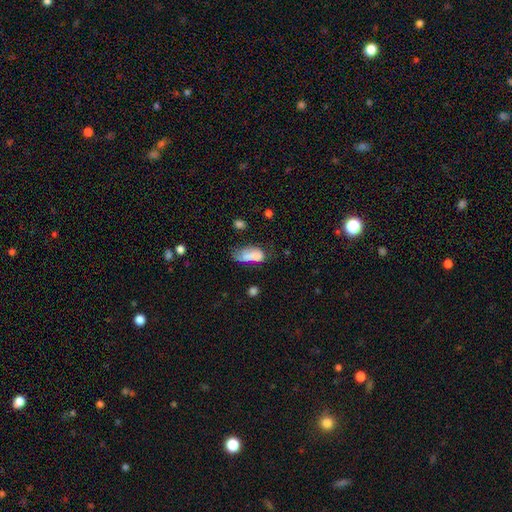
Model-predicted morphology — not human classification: type=smooth (71%); roundness=in between (87%); merging=major disturbance (32%, tied with minor disturbance).